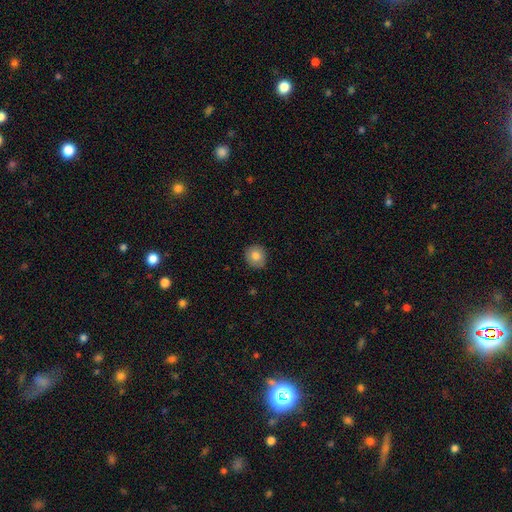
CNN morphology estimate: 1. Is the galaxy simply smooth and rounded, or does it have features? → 80% smooth, 11% featured or disk, 9% star or artifact.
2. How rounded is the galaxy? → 87% round, 12% in between, 1% cigar-shaped.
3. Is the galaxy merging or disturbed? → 87% none, 10% minor disturbance, 2% major disturbance, 1% merger.